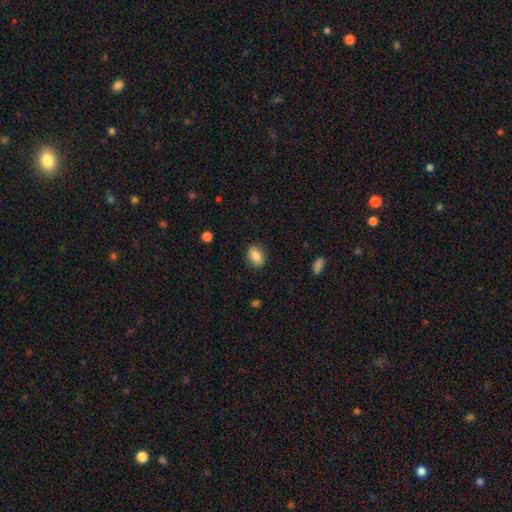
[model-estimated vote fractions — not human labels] Morphology: type=smooth (84%); roundness=in between (79%); merging=none (86%).